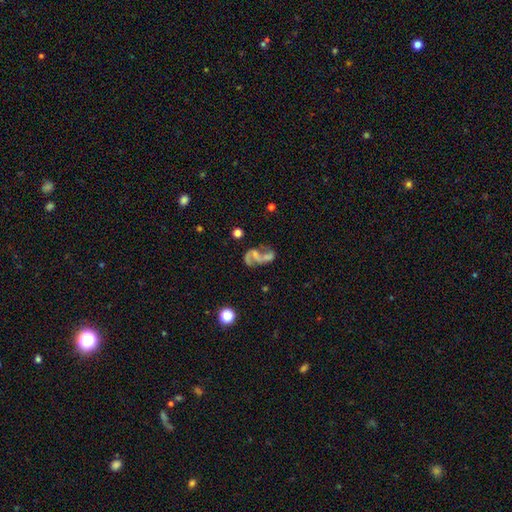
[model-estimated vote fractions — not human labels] Q: Smooth or featured?
A: featured or disk (73%); runner-up: smooth (16%)
Q: Edge-on disk?
A: no (97%); runner-up: yes (3%)
Q: Bar?
A: no (52%); runner-up: weak (33%)
Q: Spiral arms?
A: yes (81%); runner-up: no (19%)
Q: Spiral winding?
A: loose (67%); runner-up: medium (27%)
Q: Spiral arm count?
A: 2 (80%); runner-up: 1 (12%)
Q: Bulge size?
A: none (47%); runner-up: small (33%)
Q: Merging?
A: none (33%); runner-up: major disturbance (26%)